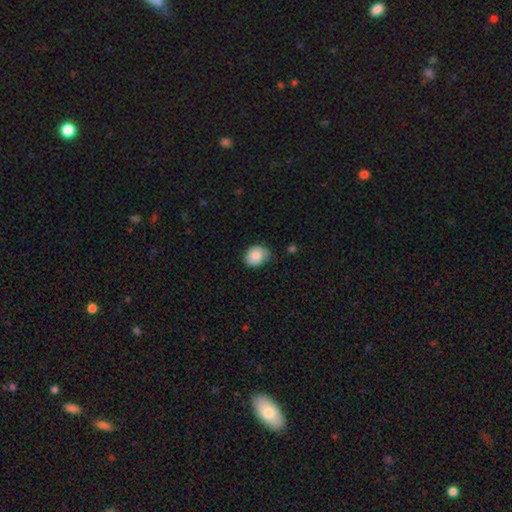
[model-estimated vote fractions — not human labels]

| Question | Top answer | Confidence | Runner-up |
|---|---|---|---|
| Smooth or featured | smooth | 84% | featured or disk (9%) |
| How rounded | round | 60% | in between (39%) |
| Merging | none | 56% | minor disturbance (35%) |